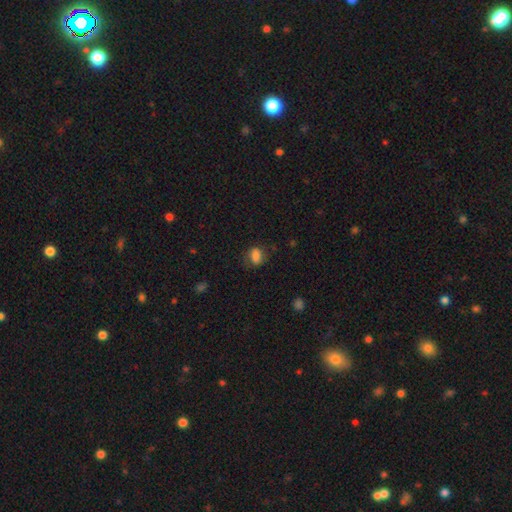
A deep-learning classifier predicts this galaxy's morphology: This appears to be a smooth galaxy with no disk features (79%) that is in between round and cigar-shaped (72%). Merging: none (66%).